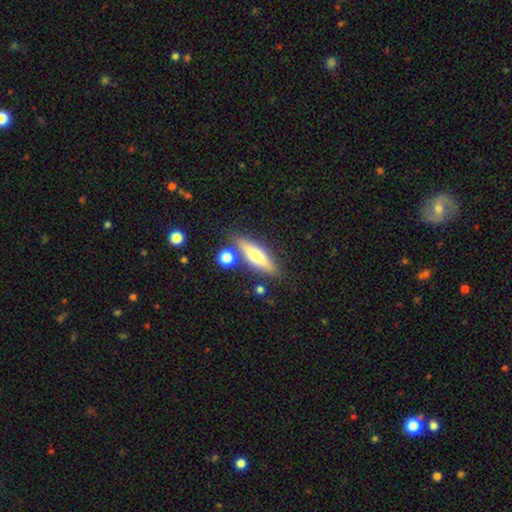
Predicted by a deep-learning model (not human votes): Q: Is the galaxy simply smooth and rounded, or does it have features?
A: smooth — 50%.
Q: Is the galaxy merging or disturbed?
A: none — 74%.